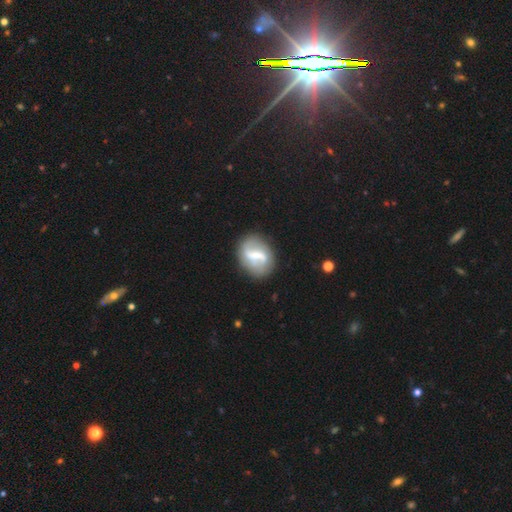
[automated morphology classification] featured or disk 71%, smooth 23%, star or artifact 7%. Down the decision tree: edge-on disk — no (96%); bar — strong (45%); spiral arms — yes (77%); spiral arm count — 2 (84%); spiral winding — loose (66%); bulge size — small (47%); merging — none (76%).